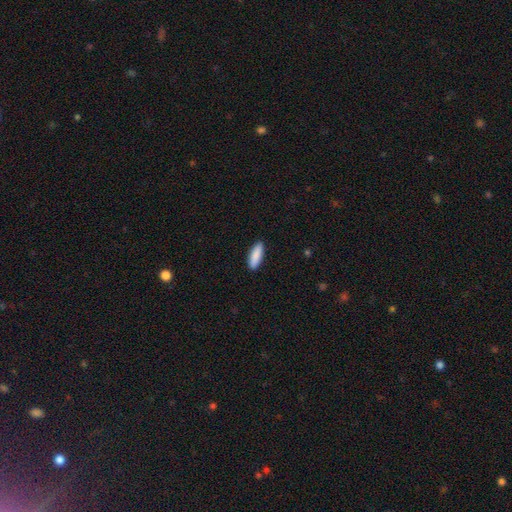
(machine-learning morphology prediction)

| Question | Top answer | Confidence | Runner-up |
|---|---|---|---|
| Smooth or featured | smooth | 89% | star or artifact (5%) |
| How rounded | in between | 49% | tied: cigar-shaped (49%) |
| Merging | none | 90% | minor disturbance (7%) |